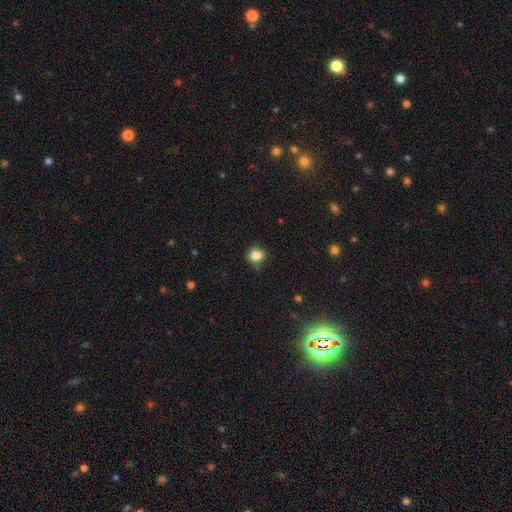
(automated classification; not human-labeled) This is clearly a smooth galaxy (83%). How rounded: likely round (74%). Merging: likely none (69%).